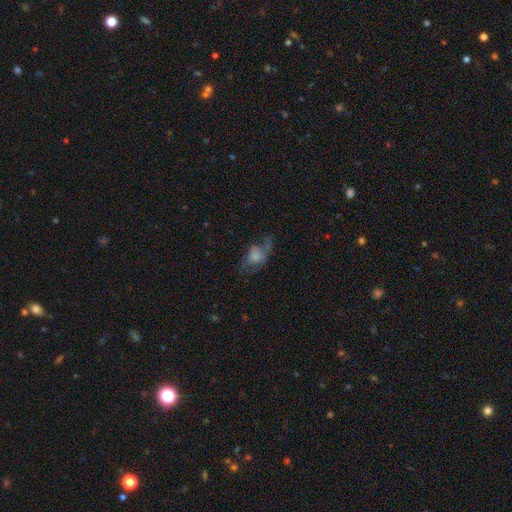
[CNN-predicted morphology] A smooth galaxy with no disk features (44%, tied with featured or disk). Merging: major disturbance (43%).